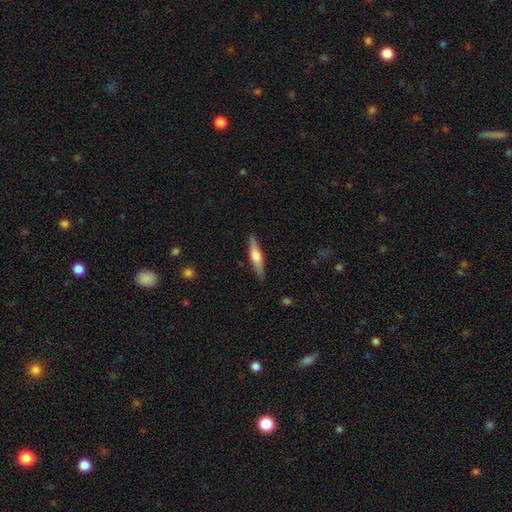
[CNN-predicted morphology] A featured or disk galaxy (52%) viewed edge-on (95%). Merging: none (89%).